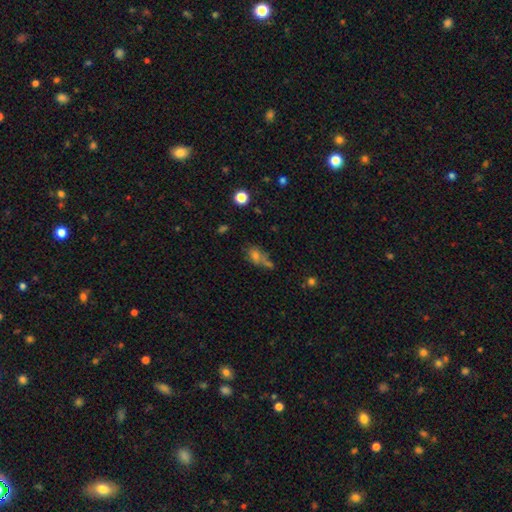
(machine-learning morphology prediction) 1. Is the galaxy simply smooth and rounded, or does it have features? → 63% smooth, 19% star or artifact, 18% featured or disk.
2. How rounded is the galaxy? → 61% in between, 34% round, 5% cigar-shaped.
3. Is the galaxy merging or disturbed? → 39% none, 32% merger, 17% minor disturbance, 12% major disturbance.